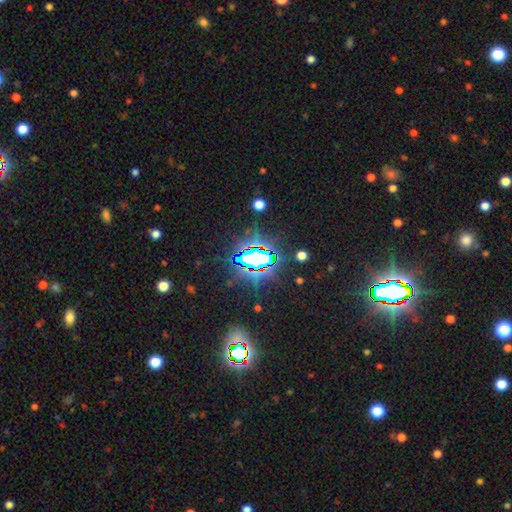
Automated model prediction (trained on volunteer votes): Q: Smooth or featured?
A: star or artifact (82%); runner-up: smooth (10%)